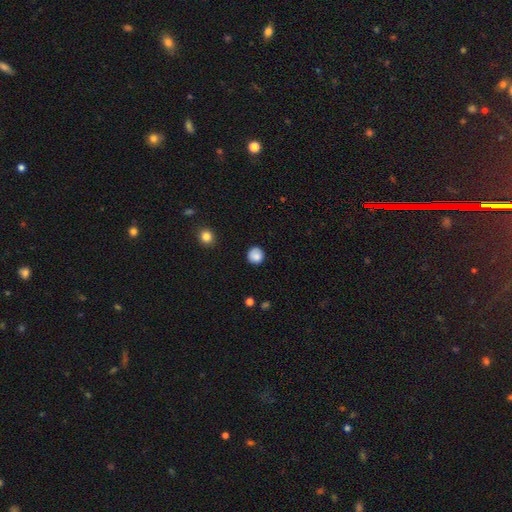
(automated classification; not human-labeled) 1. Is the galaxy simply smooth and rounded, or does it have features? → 86% smooth, 9% star or artifact, 4% featured or disk.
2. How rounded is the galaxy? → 93% round, 6% in between, 1% cigar-shaped.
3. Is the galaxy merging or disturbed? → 88% none, 8% minor disturbance, 2% major disturbance, 1% merger.